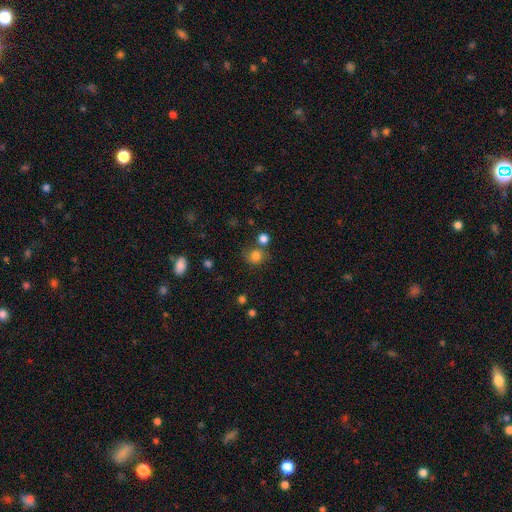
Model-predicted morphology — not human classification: Smooth or featured: smooth — 80% (star or artifact — 13%)
How rounded: round — 85% (in between — 14%)
Merging: none — 63% (merger — 18%)